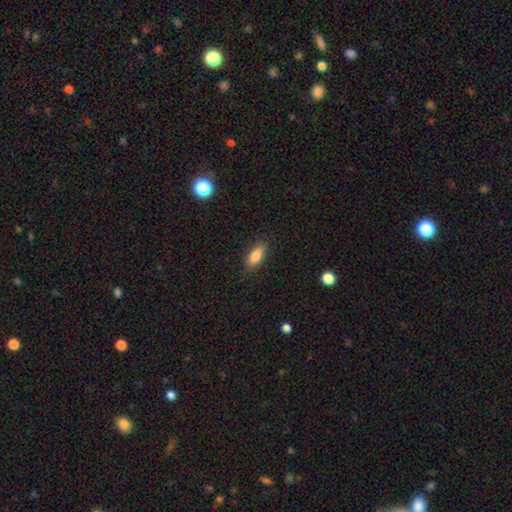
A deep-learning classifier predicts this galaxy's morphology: Q: Smooth or featured?
A: smooth (83%); runner-up: featured or disk (10%)
Q: How rounded?
A: in between (79%); runner-up: cigar-shaped (19%)
Q: Merging?
A: none (83%); runner-up: minor disturbance (13%)